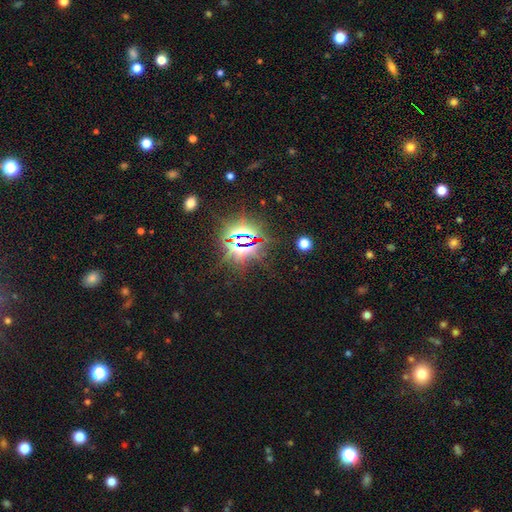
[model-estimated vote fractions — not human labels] A star or artifact, not a galaxy (82%).

Vote fractions:
- Smooth or featured? star or artifact: 82% / smooth: 12% / featured or disk: 6%